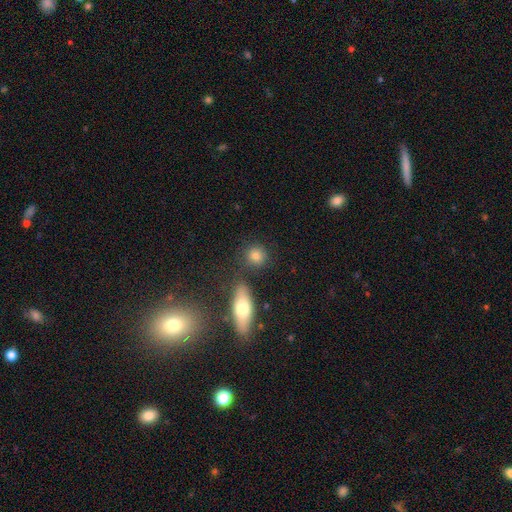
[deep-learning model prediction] Q: Smooth or featured?
A: smooth (80%); runner-up: star or artifact (10%)
Q: How rounded?
A: round (83%); runner-up: in between (14%)
Q: Merging?
A: none (78%); runner-up: merger (9%)